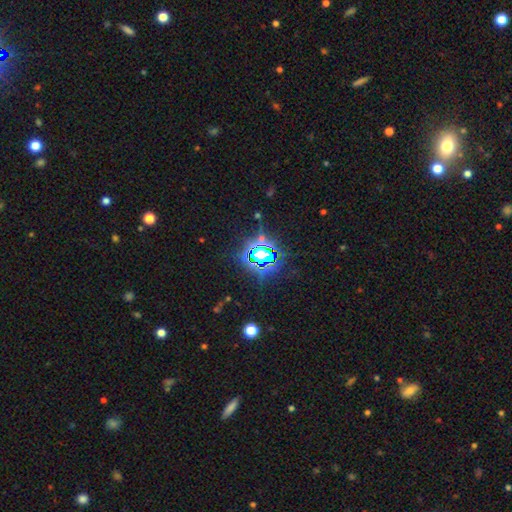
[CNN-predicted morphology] Smooth or featured? star or artifact (74%)